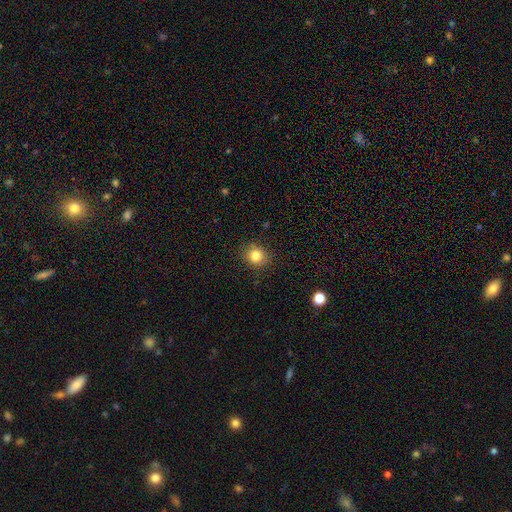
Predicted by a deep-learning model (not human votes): Smooth or featured? Predicted: smooth (p=0.82). How rounded? Predicted: round (p=0.82). Merging? Predicted: none (p=0.87).